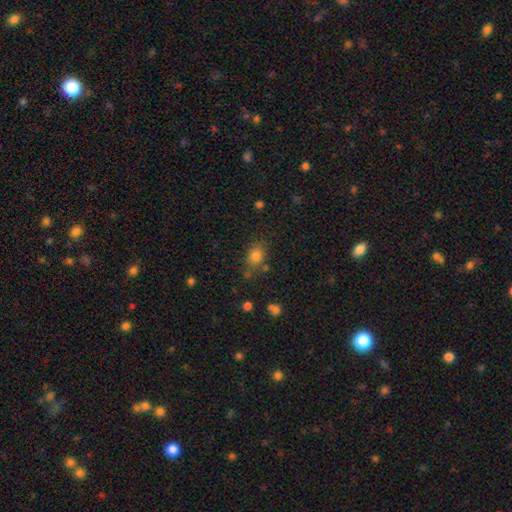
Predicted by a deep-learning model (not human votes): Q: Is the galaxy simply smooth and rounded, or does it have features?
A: smooth — 81%.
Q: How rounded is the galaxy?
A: in between — 67%.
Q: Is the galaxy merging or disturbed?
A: none — 69%.